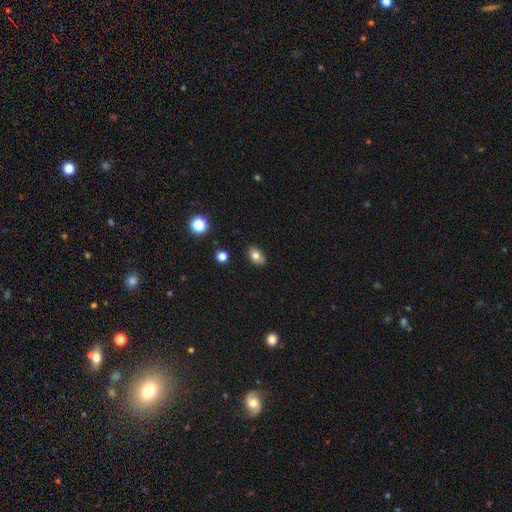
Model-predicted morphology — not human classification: smooth 78%, featured or disk 11%, star or artifact 10%. Down the decision tree: how rounded — in between (83%); merging — none (85%).